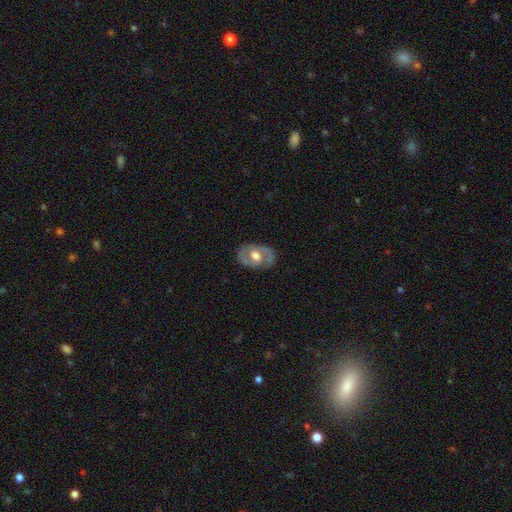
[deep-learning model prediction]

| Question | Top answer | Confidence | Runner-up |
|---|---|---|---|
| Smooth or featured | featured or disk | 68% | smooth (27%) |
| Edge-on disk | no | 94% | yes (6%) |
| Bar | no | 58% | weak (33%) |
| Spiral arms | yes | 59% | no (41%) |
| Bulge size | moderate | 62% | large (30%) |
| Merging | none | 80% | minor disturbance (14%) |